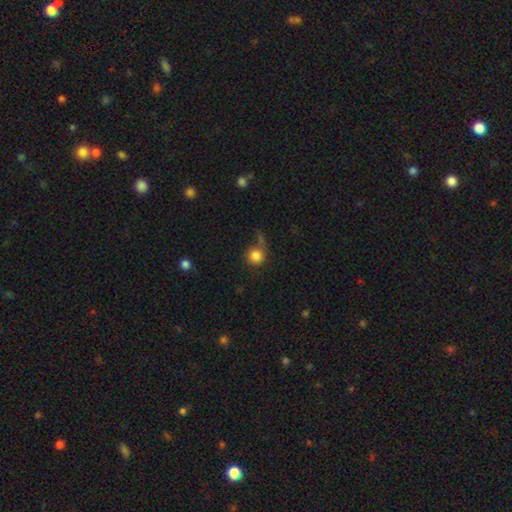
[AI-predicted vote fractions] A smooth galaxy with no disk features (82%) that is round (89%). Merging: none (48%).